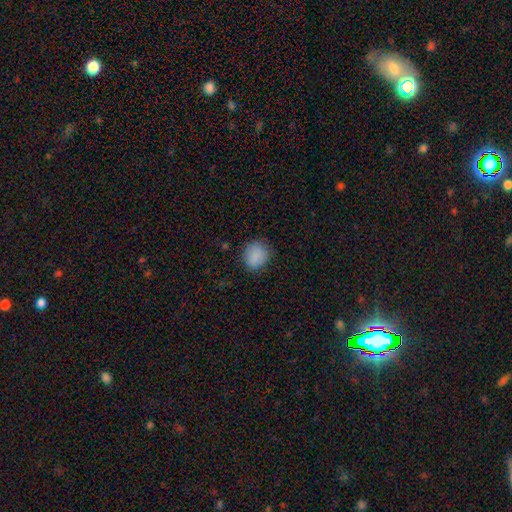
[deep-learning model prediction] This is clearly a smooth galaxy (87%). How rounded: likely round (77%). Merging: likely none (79%).